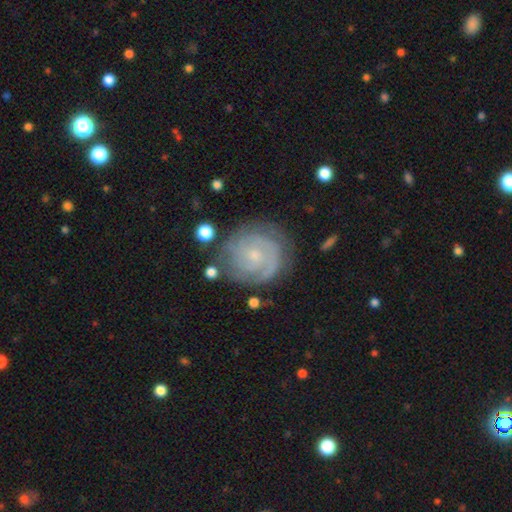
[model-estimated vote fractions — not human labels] The model was most divided on "spiral arm count": 2: 42%, can't tell: 23%, 3: 19%, 4: 6%, 1: 6%, more than 4: 5%. More confident: edge-on disk — no (98%); spiral arms — yes (96%); smooth or featured — featured or disk (82%); merging — none (79%); spiral winding — tight (75%); bulge size — small (73%); bar — no (71%).